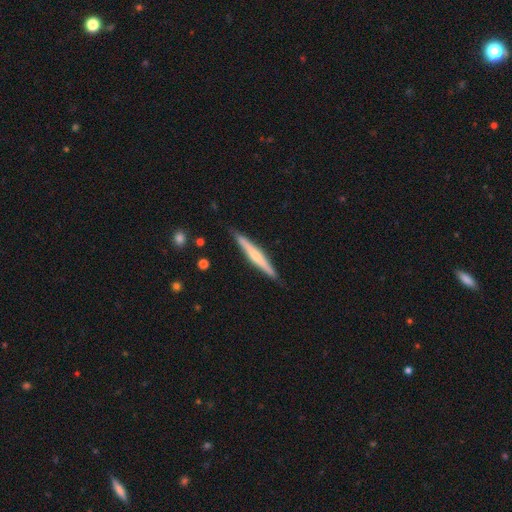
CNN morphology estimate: smooth-or-featured: featured or disk: 57% | smooth: 37% | star or artifact: 5%
  disk-edge-on: yes: 97% | no: 3%
    edge-on-bulge: rounded: 60% | none: 30% | boxy: 10%
  merging: none: 88% | minor disturbance: 9% | major disturbance: 1% | merger: 1%